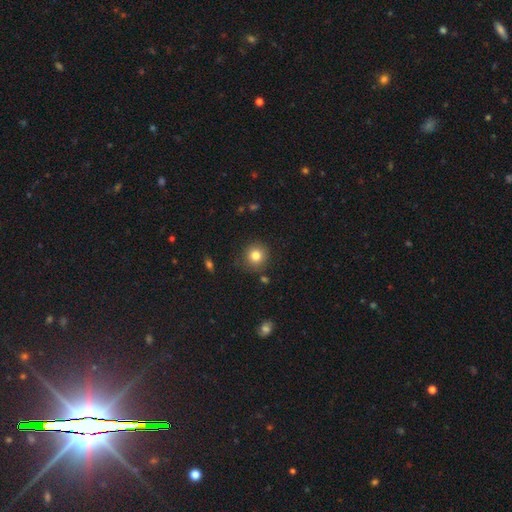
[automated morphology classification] Smooth or featured? Predicted: smooth (p=0.81). How rounded? Predicted: round (p=0.92). Merging? Predicted: none (p=0.86).